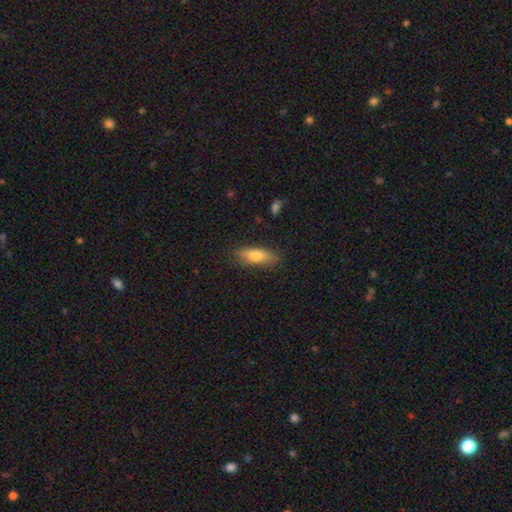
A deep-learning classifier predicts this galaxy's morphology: Smooth or featured?
  - smooth: 73% *
  - featured or disk: 20%
  - star or artifact: 6%
How rounded?
  - in between: 54% *
  - cigar-shaped: 43%
  - round: 3%
Merging?
  - none: 81% *
  - minor disturbance: 15%
  - major disturbance: 3%
  - merger: 1%